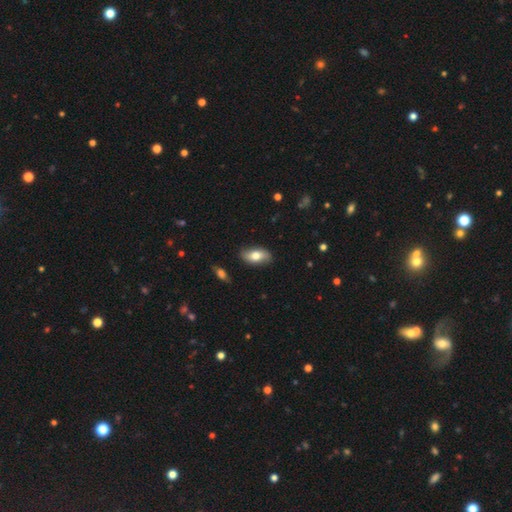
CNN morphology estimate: A smooth galaxy with no disk features (67%) that is in between round and cigar-shaped (90%).

Vote fractions:
- Smooth or featured? smooth: 67% / featured or disk: 26% / star or artifact: 7%
- How rounded? in between: 90% / cigar-shaped: 6% / round: 4%
- Merging? none: 82% / minor disturbance: 14% / major disturbance: 3% / merger: 1%